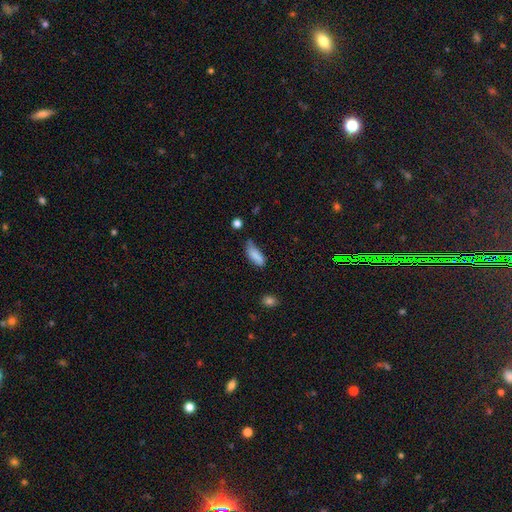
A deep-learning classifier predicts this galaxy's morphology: smooth_or_featured: smooth (p=0.84) [alt: featured or disk p=0.08]
how_rounded: in between (p=0.76) [alt: cigar-shaped p=0.22]
merging: none (p=0.46) [alt: minor disturbance p=0.39]